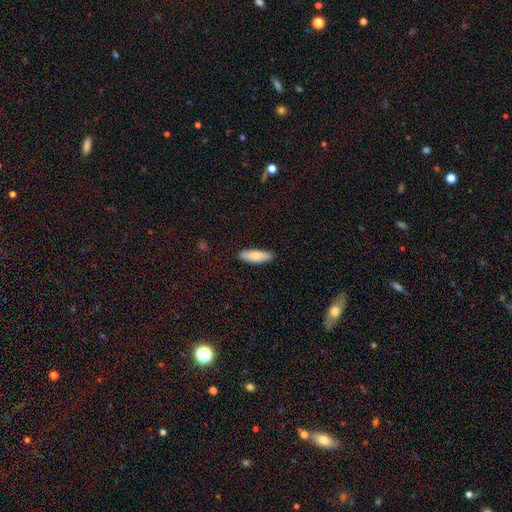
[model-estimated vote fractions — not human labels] Q: Smooth or featured?
A: smooth (78%); runner-up: featured or disk (16%)
Q: How rounded?
A: in between (59%); runner-up: cigar-shaped (39%)
Q: Merging?
A: none (86%); runner-up: minor disturbance (11%)